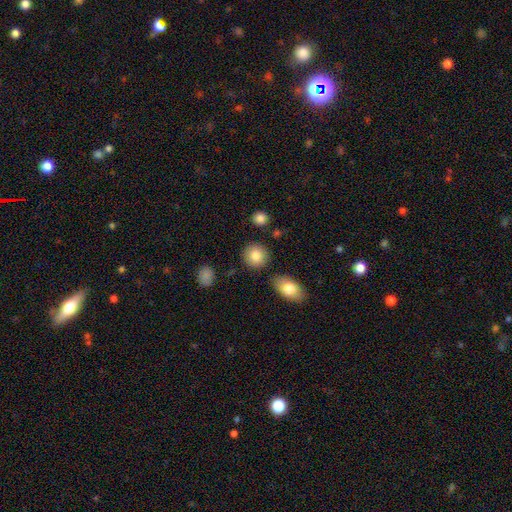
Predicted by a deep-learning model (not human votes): A smooth galaxy with no disk features (84%) that is round (87%).

Vote fractions:
- Smooth or featured? smooth: 84% / featured or disk: 8% / star or artifact: 8%
- How rounded? round: 87% / in between: 12% / cigar-shaped: 1%
- Merging? none: 86% / minor disturbance: 7% / merger: 4% / major disturbance: 2%